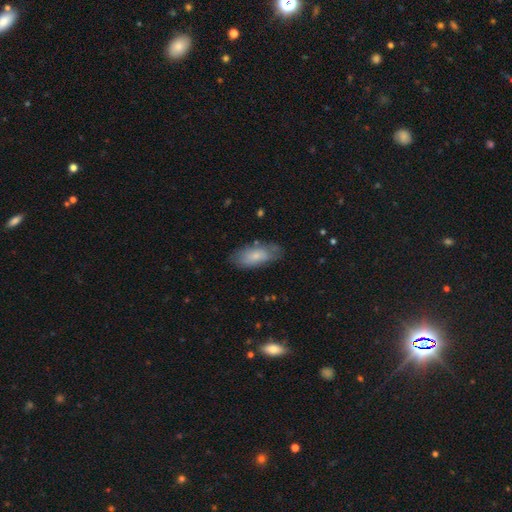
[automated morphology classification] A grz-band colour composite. It shows a smooth galaxy with no disk features (73%) that is in between round and cigar-shaped (87%). Merging: none (72%).